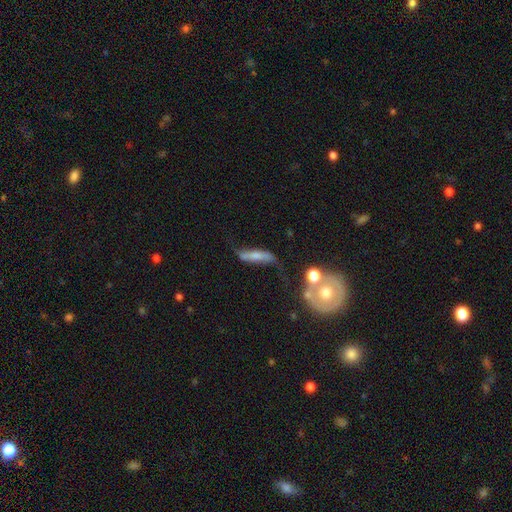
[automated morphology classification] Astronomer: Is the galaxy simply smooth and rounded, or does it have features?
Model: featured or disk — 48% (runner-up: smooth, 43%).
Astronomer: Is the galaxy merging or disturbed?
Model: none — 40% (runner-up: minor disturbance, 27%).